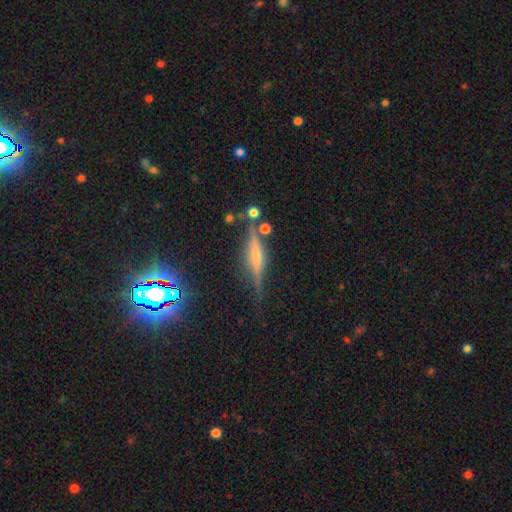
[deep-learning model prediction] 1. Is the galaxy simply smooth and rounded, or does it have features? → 64% featured or disk, 21% smooth, 15% star or artifact.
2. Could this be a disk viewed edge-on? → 95% yes, 5% no.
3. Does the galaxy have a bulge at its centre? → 56% rounded, 26% boxy, 17% none.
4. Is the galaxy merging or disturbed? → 77% none, 14% minor disturbance, 4% merger, 4% major disturbance.